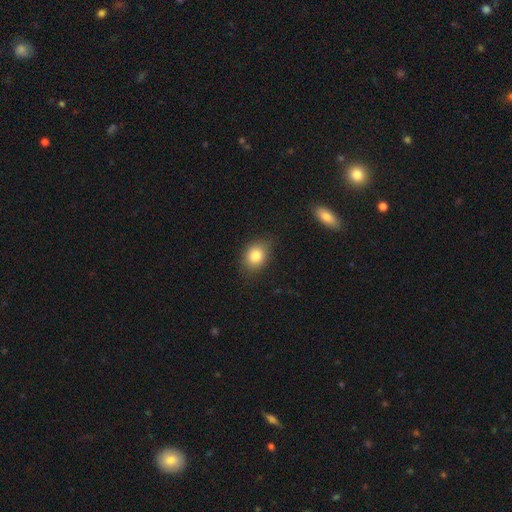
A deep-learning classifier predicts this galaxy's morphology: Smooth or featured? Predicted: smooth (p=0.82). How rounded? Predicted: in between (p=0.53). Merging? Predicted: none (p=0.80).